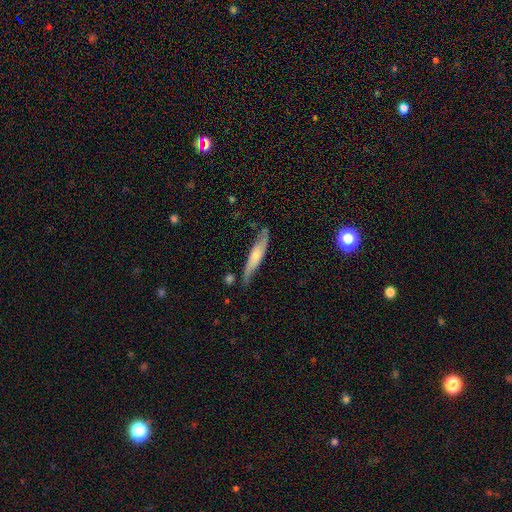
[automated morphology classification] smooth_or_featured: featured or disk (p=0.49) [alt: smooth p=0.45]
merging: none (p=0.65) [alt: minor disturbance p=0.25]